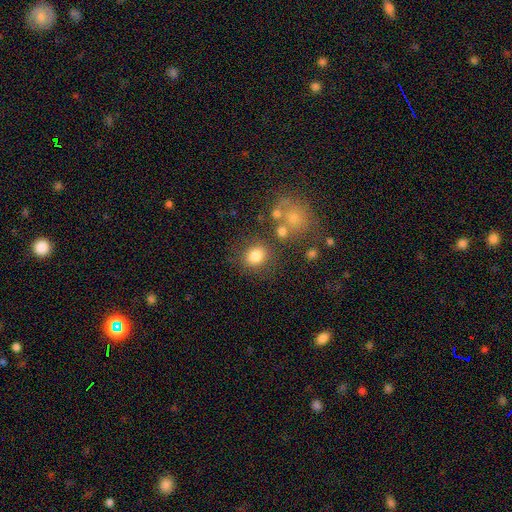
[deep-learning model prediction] Smooth or featured: smooth — 80% (star or artifact — 12%)
How rounded: round — 68% (in between — 31%)
Merging: none — 76% (minor disturbance — 12%)